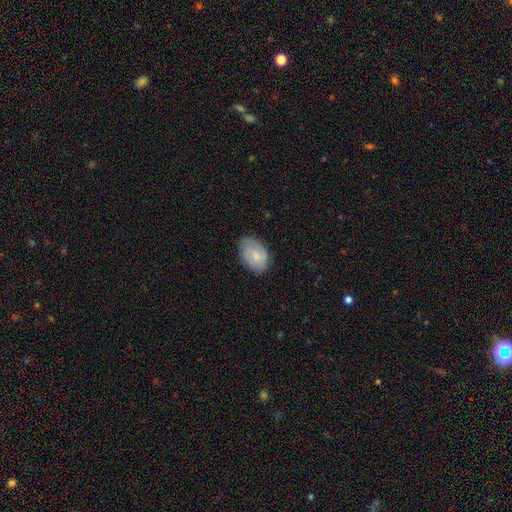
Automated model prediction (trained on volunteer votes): A smooth galaxy with no disk features (60%) that is in between round and cigar-shaped (84%).

Vote fractions:
- Smooth or featured? smooth: 60% / featured or disk: 34% / star or artifact: 7%
- How rounded? in between: 84% / round: 15% / cigar-shaped: 1%
- Merging? none: 72% / minor disturbance: 22% / major disturbance: 5% / merger: 1%